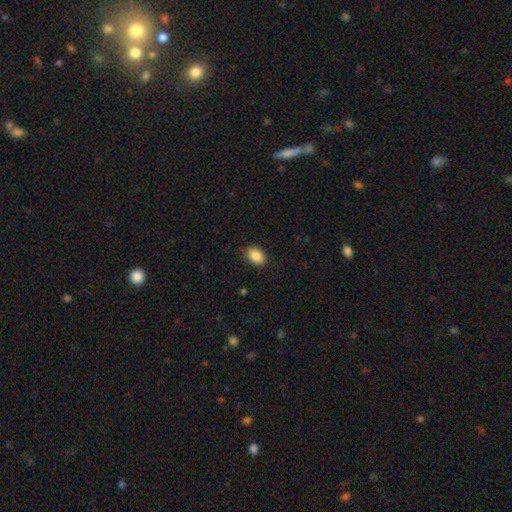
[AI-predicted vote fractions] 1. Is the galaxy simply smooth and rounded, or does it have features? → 89% smooth, 8% star or artifact, 4% featured or disk.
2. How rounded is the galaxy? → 85% in between, 14% round, 1% cigar-shaped.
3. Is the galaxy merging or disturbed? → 87% none, 10% minor disturbance, 2% major disturbance, 1% merger.